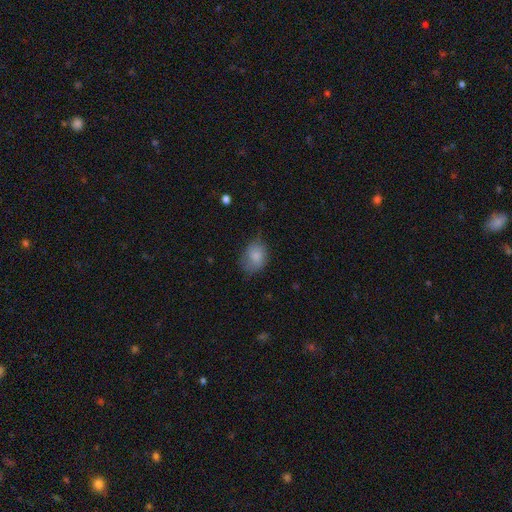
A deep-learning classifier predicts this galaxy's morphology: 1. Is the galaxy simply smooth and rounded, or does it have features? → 81% smooth, 11% featured or disk, 8% star or artifact.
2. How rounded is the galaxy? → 63% in between, 36% round, 1% cigar-shaped.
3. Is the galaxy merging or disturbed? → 56% none, 32% minor disturbance, 10% major disturbance, 1% merger.